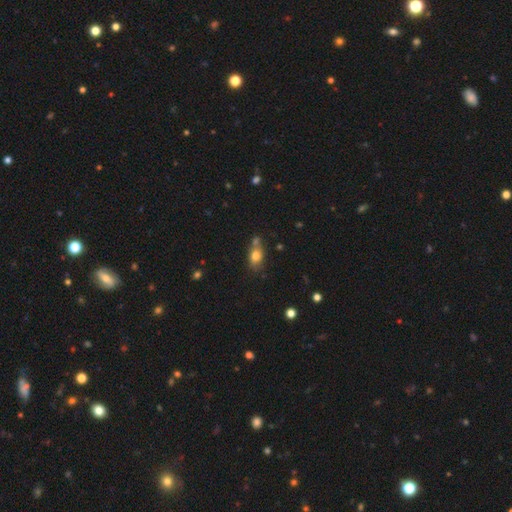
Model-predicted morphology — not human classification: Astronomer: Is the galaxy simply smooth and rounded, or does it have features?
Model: smooth — 78%.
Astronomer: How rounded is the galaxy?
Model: in between — 67%.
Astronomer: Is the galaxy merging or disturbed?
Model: none — 53%.